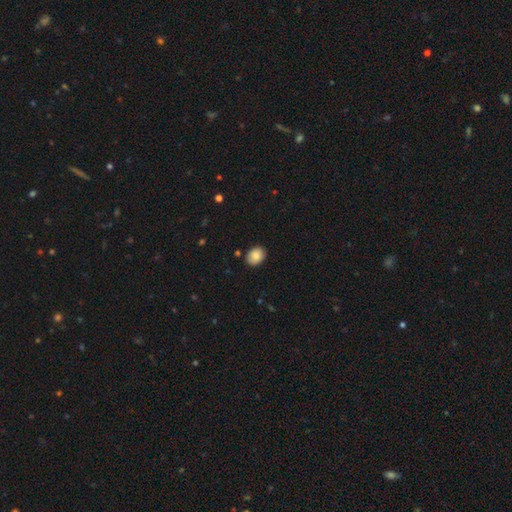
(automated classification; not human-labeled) Smooth or featured?
  - smooth: 87% *
  - star or artifact: 8%
  - featured or disk: 6%
How rounded?
  - in between: 64% *
  - round: 35%
  - cigar-shaped: 1%
Merging?
  - none: 87% *
  - minor disturbance: 10%
  - major disturbance: 2%
  - merger: 2%